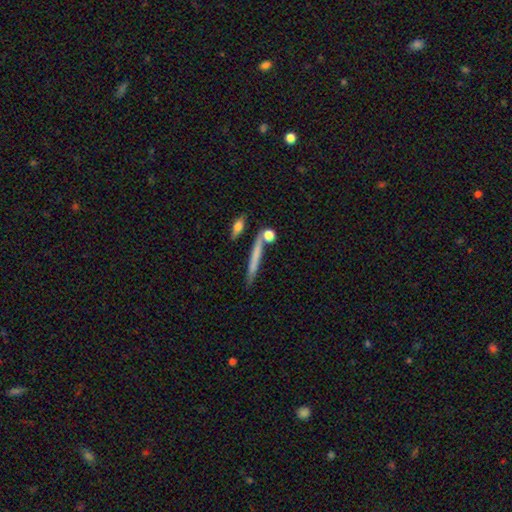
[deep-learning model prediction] A smooth galaxy with no disk features (59%) that is cigar-shaped (90%). Merging: none (76%).